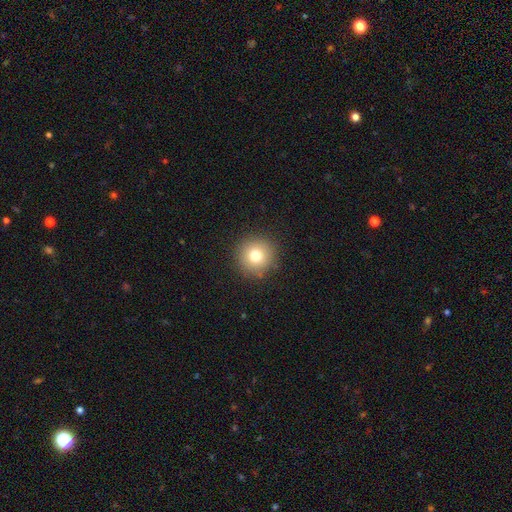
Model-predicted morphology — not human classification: smooth_or_featured: smooth (p=0.78) [alt: star or artifact p=0.12]
how_rounded: round (p=0.94) [alt: in between p=0.05]
merging: none (p=0.90) [alt: minor disturbance p=0.07]